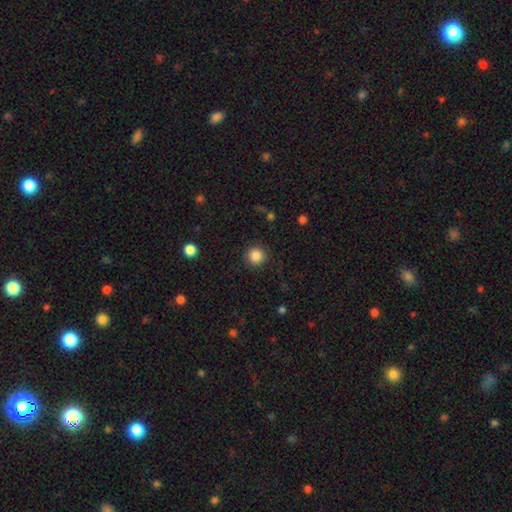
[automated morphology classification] Smooth or featured? smooth (86%)
How rounded? round (94%)
Merging? none (89%)